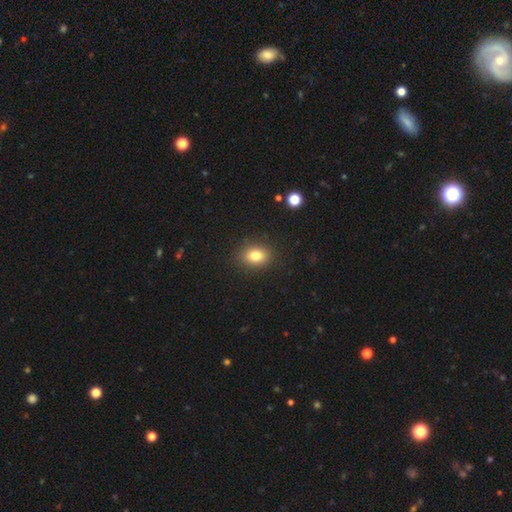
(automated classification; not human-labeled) Overall: smooth (81%). How rounded: in between (61%; round 38%). Merging: none (88%).